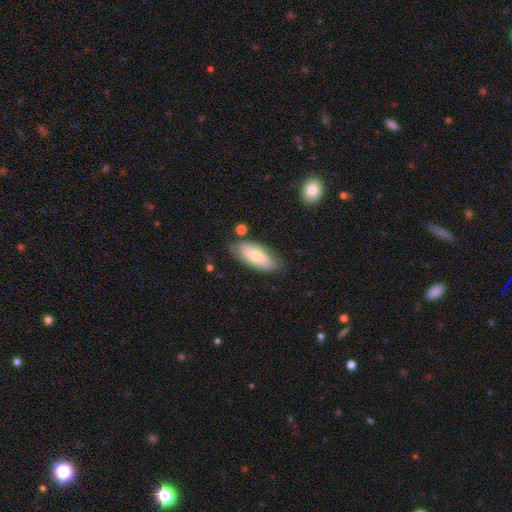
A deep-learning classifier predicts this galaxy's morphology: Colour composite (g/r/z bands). It shows a smooth galaxy with no disk features (61%) that is in between round and cigar-shaped (85%). Merging: none (76%).